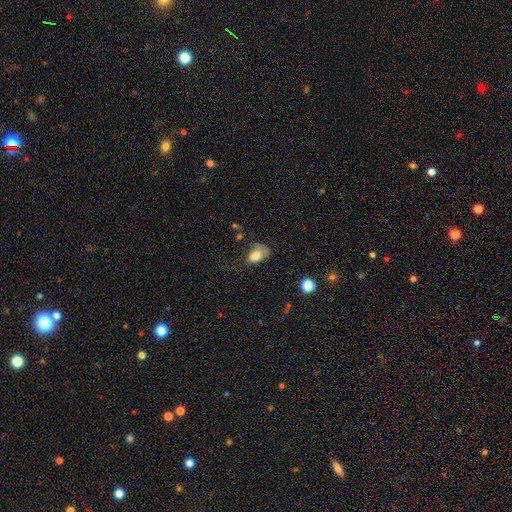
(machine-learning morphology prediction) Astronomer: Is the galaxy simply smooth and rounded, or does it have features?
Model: smooth — 77%.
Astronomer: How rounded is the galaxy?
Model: in between — 81%.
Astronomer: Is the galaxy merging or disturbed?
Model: major disturbance — 35% (runner-up: minor disturbance, 33%).